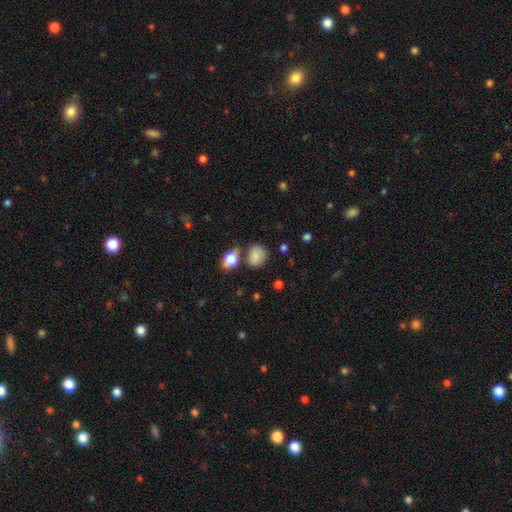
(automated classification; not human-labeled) A smooth galaxy with no disk features (81%) that is round (57%). Merging: none (66%).